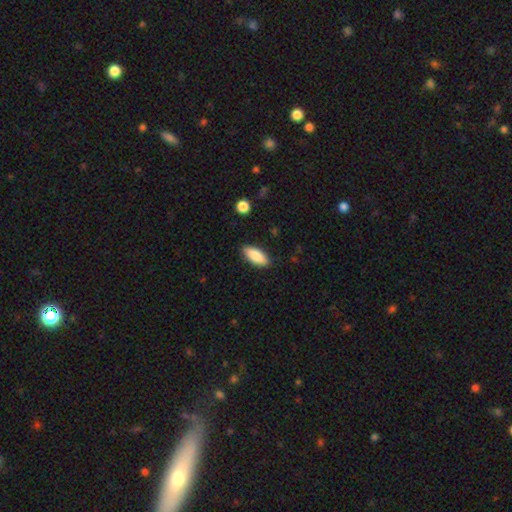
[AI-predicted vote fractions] A smooth galaxy with no disk features (86%) that is in between round and cigar-shaped (80%). Merging: none (86%).